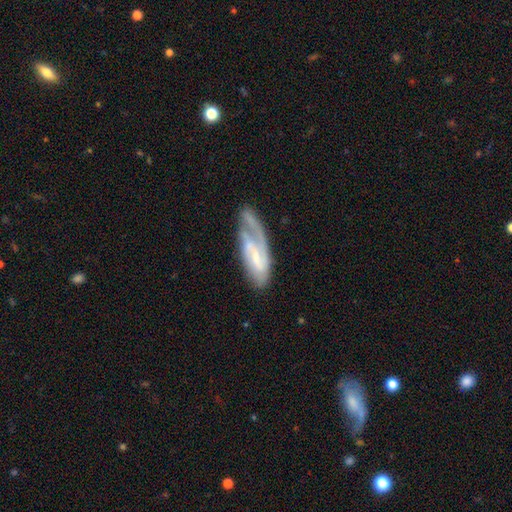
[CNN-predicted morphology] Q: Smooth or featured?
A: featured or disk (76%); runner-up: smooth (18%)
Q: Edge-on disk?
A: no (90%); runner-up: yes (10%)
Q: Bar?
A: weak (44%); runner-up: no (33%)
Q: Spiral arms?
A: yes (88%); runner-up: no (12%)
Q: Spiral winding?
A: medium (43%); runner-up: tight (35%)
Q: Spiral arm count?
A: 2 (40%); runner-up: 1 (37%)
Q: Bulge size?
A: small (62%); runner-up: moderate (23%)
Q: Merging?
A: none (48%); runner-up: minor disturbance (26%)